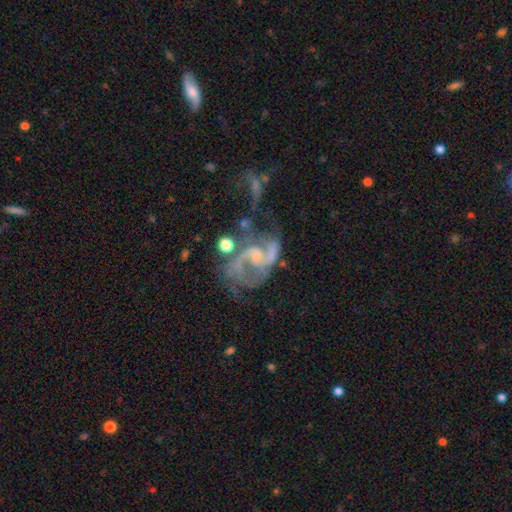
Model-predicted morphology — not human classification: This is clearly a featured or disk galaxy (83%). It is clearly not viewed edge-on (98%). Bar: marginally weak (44%). Spiral arm pattern: clearly yes (90%). Spiral arm count: likely 2 (78%). Spiral winding: possibly medium (47%). Central bulge: marginally small (42%). Merging: marginally none (33%).